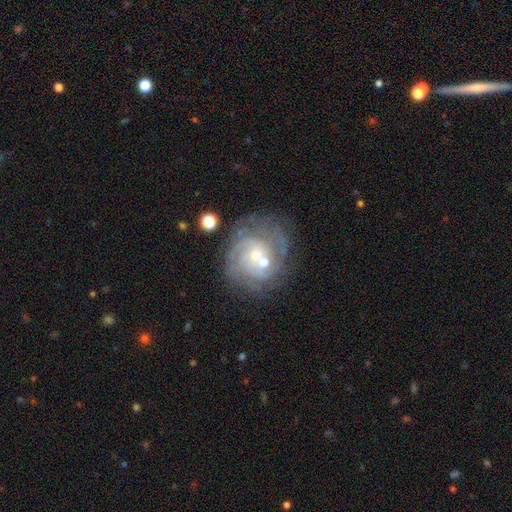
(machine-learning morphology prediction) This is likely a featured or disk galaxy (78%). It is clearly not viewed edge-on (97%). Bar: likely no (69%). Spiral arm pattern: clearly yes (91%). Spiral arm count: marginally can't tell (37%). Spiral winding: likely tight (66%). Central bulge: likely small (62%). Merging: likely none (61%).